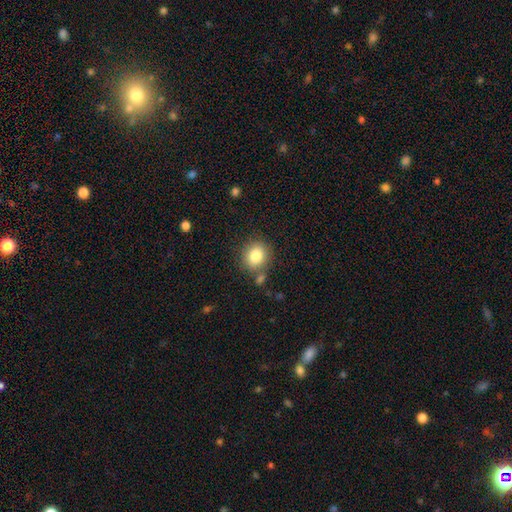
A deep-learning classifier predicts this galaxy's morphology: smooth-or-featured: smooth: 81% | star or artifact: 10% | featured or disk: 9%
  how-rounded: round: 72% | in between: 27% | cigar-shaped: 1%
  merging: none: 75% | minor disturbance: 12% | merger: 9% | major disturbance: 4%